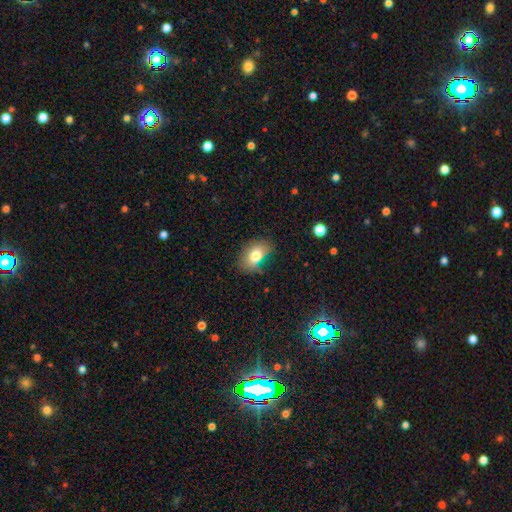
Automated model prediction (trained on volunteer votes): smooth 77%, featured or disk 14%, star or artifact 9%. Down the decision tree: how rounded — in between (84%); merging — none (64%).